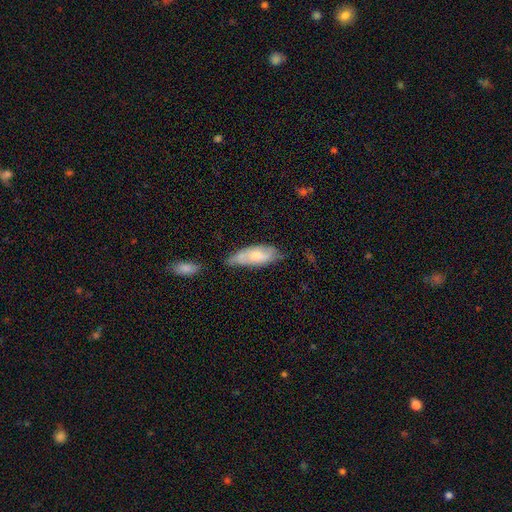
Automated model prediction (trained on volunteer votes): Smooth or featured? Predicted: smooth (p=0.52). How rounded? Predicted: in between (p=0.72). Merging? Predicted: none (p=0.50).